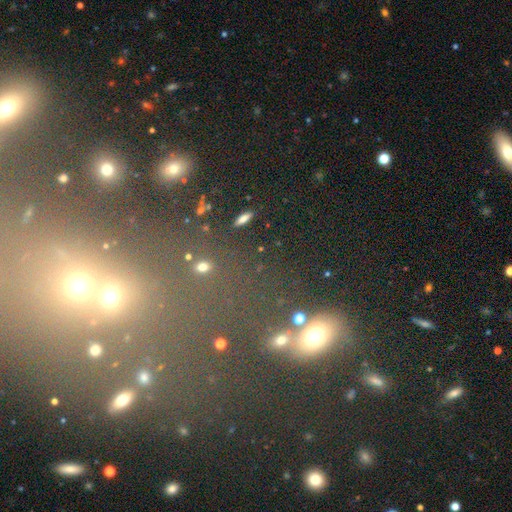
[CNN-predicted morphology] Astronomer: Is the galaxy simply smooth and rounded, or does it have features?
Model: star or artifact — 47% (runner-up: smooth, 39%).